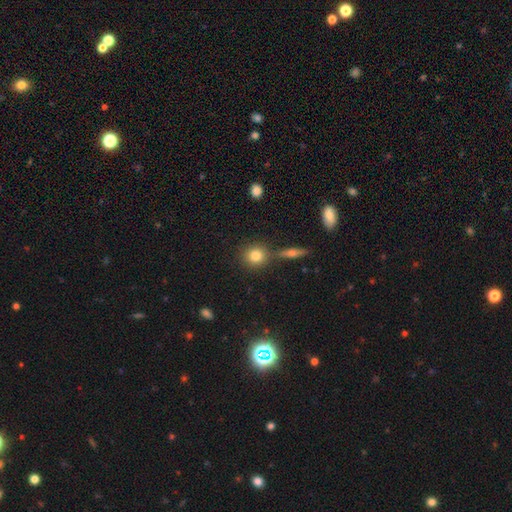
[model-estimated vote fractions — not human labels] smooth-or-featured: smooth: 81% | star or artifact: 10% | featured or disk: 10%
  how-rounded: round: 85% | in between: 13% | cigar-shaped: 2%
  merging: none: 73% | merger: 15% | minor disturbance: 9% | major disturbance: 3%